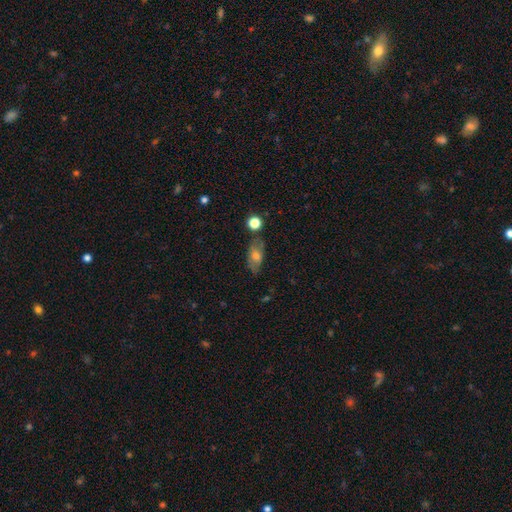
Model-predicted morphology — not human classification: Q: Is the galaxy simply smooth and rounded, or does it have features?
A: smooth — 59%.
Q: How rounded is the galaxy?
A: in between — 80%.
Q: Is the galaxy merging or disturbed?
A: none — 74%.